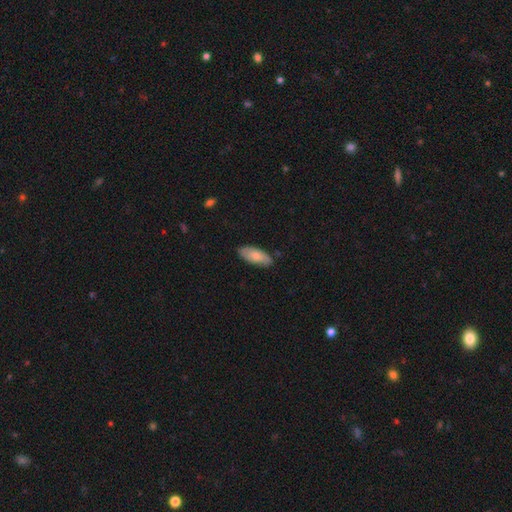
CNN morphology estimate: Q: Smooth or featured?
A: smooth (77%); runner-up: featured or disk (18%)
Q: How rounded?
A: in between (86%); runner-up: cigar-shaped (12%)
Q: Merging?
A: none (79%); runner-up: minor disturbance (17%)